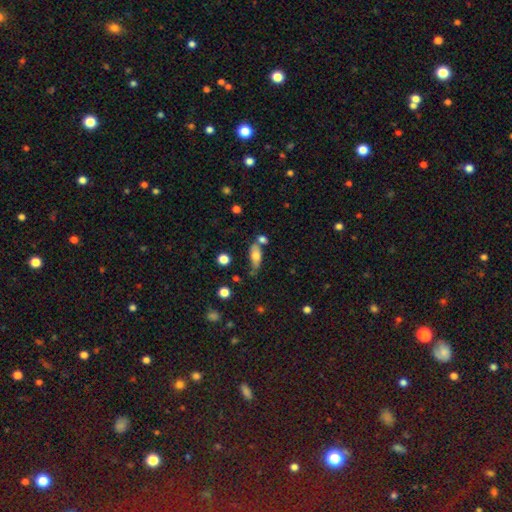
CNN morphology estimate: The model was most divided on "merging": none: 50%, minor disturbance: 23%, merger: 19%, major disturbance: 8%. More confident: how rounded — in between (76%); smooth or featured — smooth (67%).